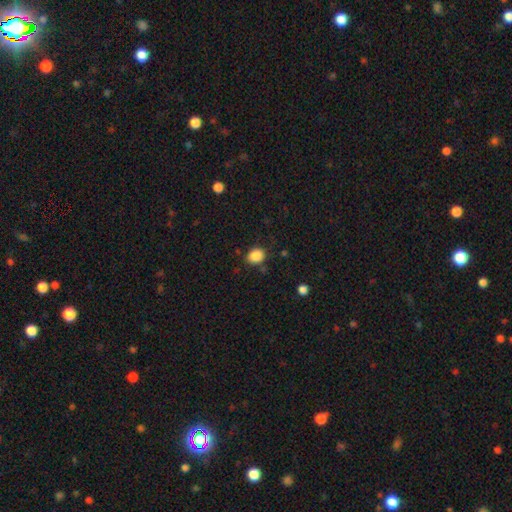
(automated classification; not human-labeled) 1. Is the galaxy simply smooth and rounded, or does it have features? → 87% smooth, 10% star or artifact, 3% featured or disk.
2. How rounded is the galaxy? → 55% round, 44% in between, 1% cigar-shaped.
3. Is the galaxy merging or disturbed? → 81% none, 13% minor disturbance, 4% major disturbance, 3% merger.